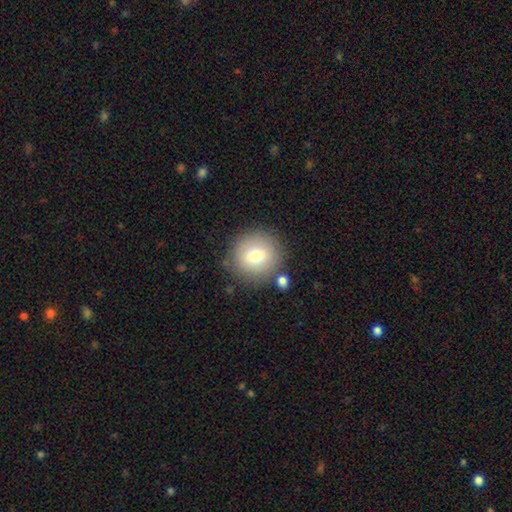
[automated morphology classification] This is likely a smooth galaxy (74%). How rounded: clearly round (93%). Merging: likely none (79%).